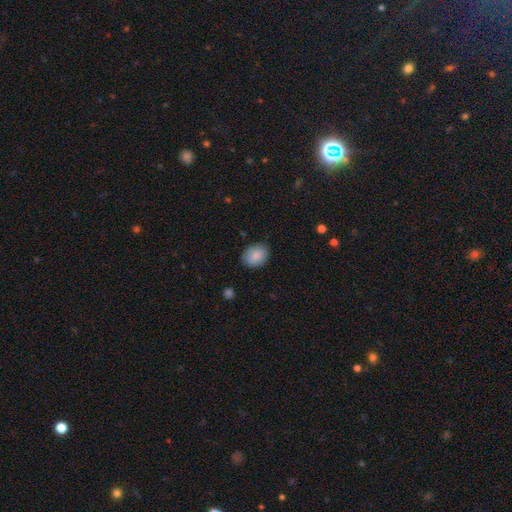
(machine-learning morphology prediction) The model was most divided on "how rounded": in between: 59%, round: 40%, cigar-shaped: 1%. More confident: smooth or featured — smooth (85%); merging — none (82%).